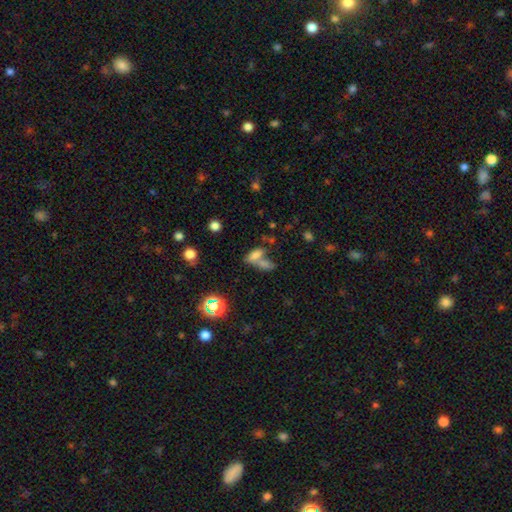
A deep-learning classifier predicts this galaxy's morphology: smooth-or-featured: smooth: 70% | star or artifact: 17% | featured or disk: 13%
  how-rounded: in between: 77% | cigar-shaped: 15% | round: 8%
  merging: merger: 56% | none: 28% | minor disturbance: 9% | major disturbance: 7%